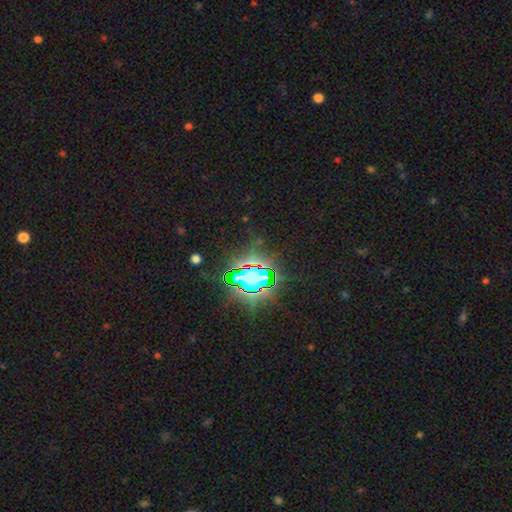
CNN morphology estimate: The model was most divided on "smooth or featured": star or artifact: 84%, smooth: 9%, featured or disk: 7%.